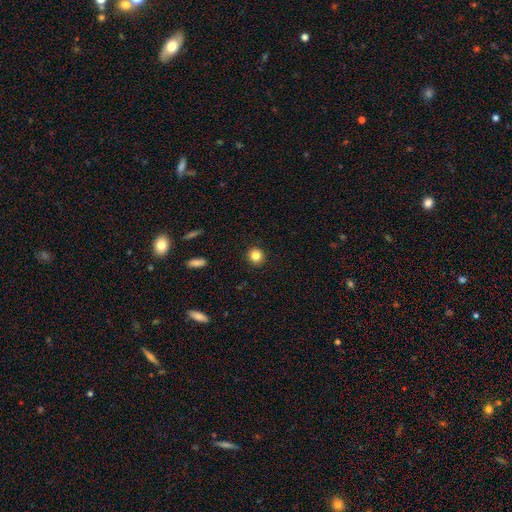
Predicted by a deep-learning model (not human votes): smooth-or-featured: smooth: 83% | star or artifact: 11% | featured or disk: 6%
  how-rounded: round: 92% | in between: 7% | cigar-shaped: 1%
  merging: none: 92% | minor disturbance: 5% | major disturbance: 2% | merger: 1%